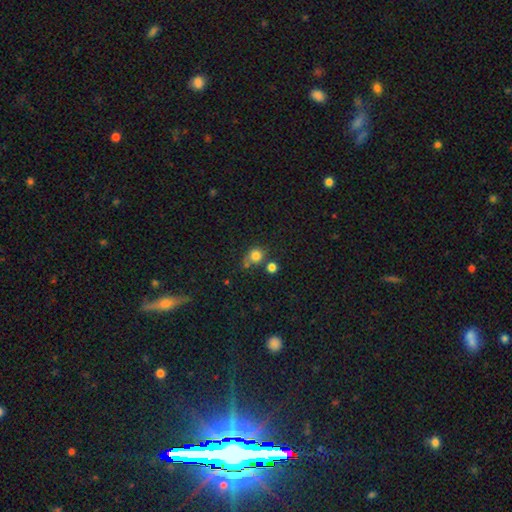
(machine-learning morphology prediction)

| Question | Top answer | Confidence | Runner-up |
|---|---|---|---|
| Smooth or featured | smooth | 81% | star or artifact (12%) |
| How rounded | round | 85% | in between (14%) |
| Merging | none | 60% | merger (19%) |